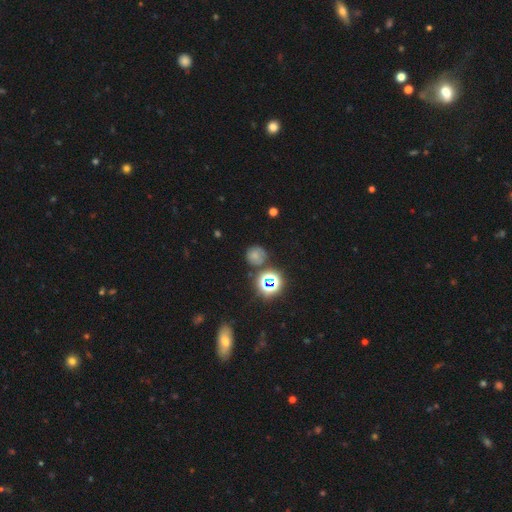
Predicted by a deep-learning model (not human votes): The model was most divided on "smooth or featured": smooth: 58%, star or artifact: 29%, featured or disk: 14%. More confident: how rounded — round (89%); merging — none (71%).